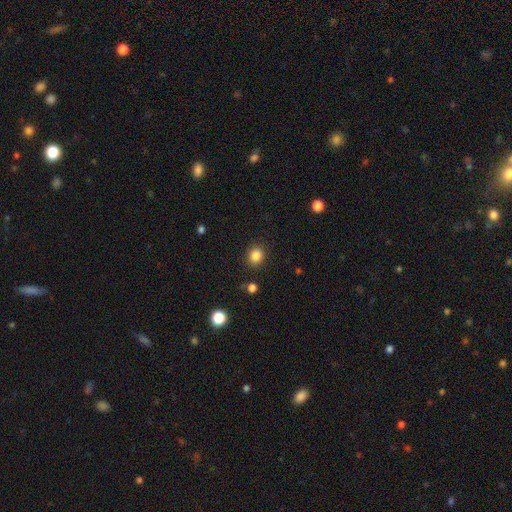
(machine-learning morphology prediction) The model was most divided on "how rounded": round: 72%, in between: 27%, cigar-shaped: 1%. More confident: merging — none (88%); smooth or featured — smooth (84%).